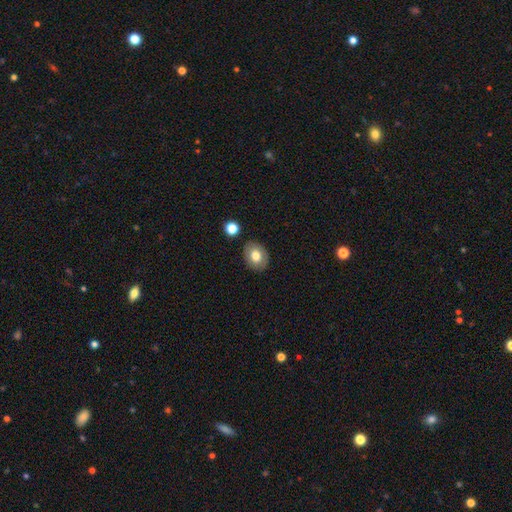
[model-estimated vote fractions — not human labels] Overall: smooth (75%). How rounded: in between (59%; round 40%). Merging: none (85%).